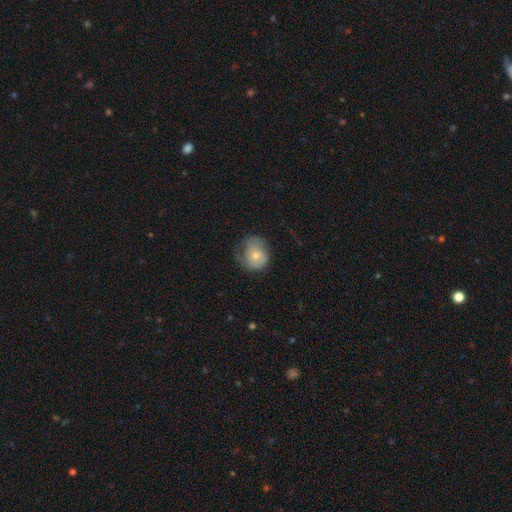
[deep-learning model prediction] The model was most divided on "merging": none: 42%, minor disturbance: 33%, major disturbance: 24%, merger: 2%. More confident: how rounded — round (68%); smooth or featured — smooth (59%).